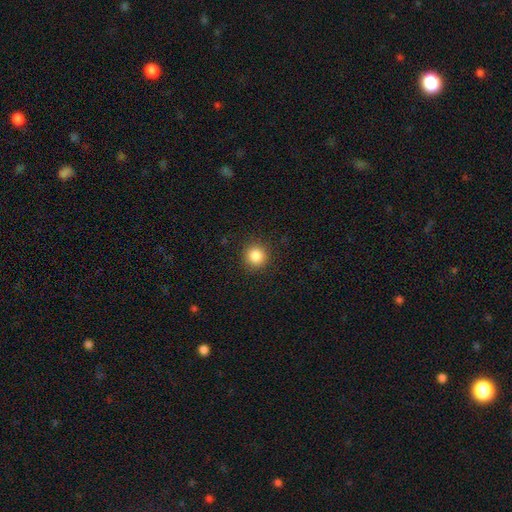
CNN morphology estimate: smooth 86%, star or artifact 10%, featured or disk 4%. Down the decision tree: how rounded — round (94%); merging — none (91%).